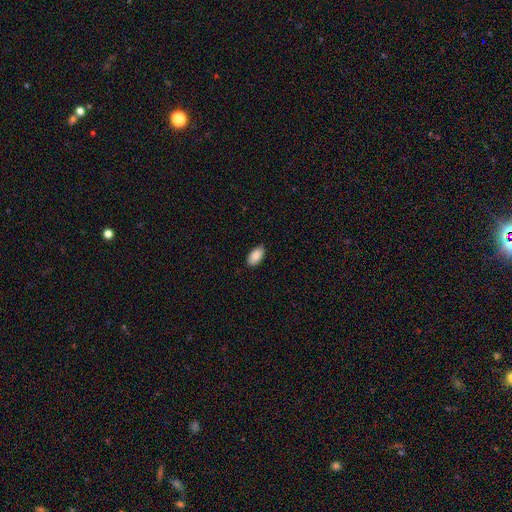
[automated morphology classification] Smooth or featured?
  - smooth: 89% *
  - star or artifact: 7%
  - featured or disk: 4%
How rounded?
  - in between: 95% *
  - cigar-shaped: 3%
  - round: 3%
Merging?
  - none: 86% *
  - minor disturbance: 11%
  - major disturbance: 2%
  - merger: 1%